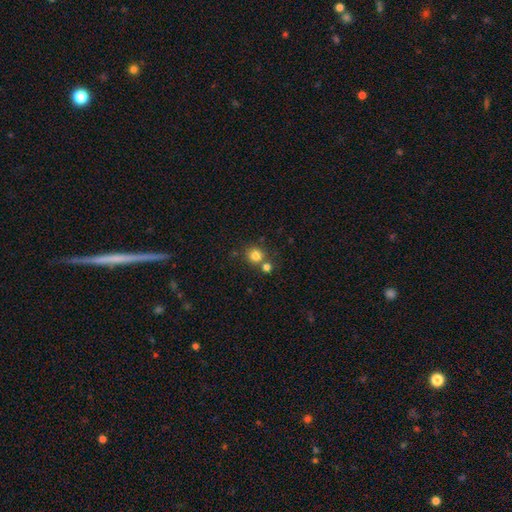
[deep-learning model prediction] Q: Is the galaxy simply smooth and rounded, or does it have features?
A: smooth — 81%.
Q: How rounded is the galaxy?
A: round — 90%.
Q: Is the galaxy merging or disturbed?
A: none — 67%.